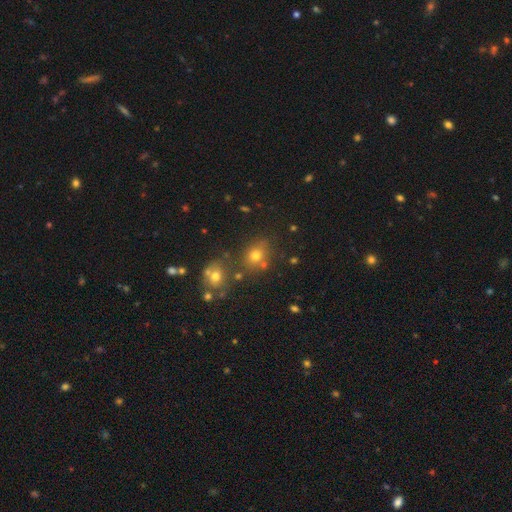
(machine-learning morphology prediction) smooth_or_featured: smooth (p=0.67) [alt: star or artifact p=0.21]
how_rounded: round (p=0.60) [alt: in between p=0.39]
merging: none (p=0.66) [alt: merger p=0.17]